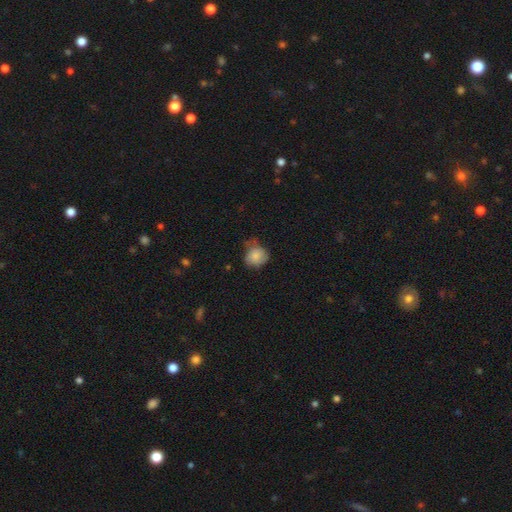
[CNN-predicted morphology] Overall: smooth (79%). How rounded: round (71%). Merging: none (46%; minor disturbance 38%).